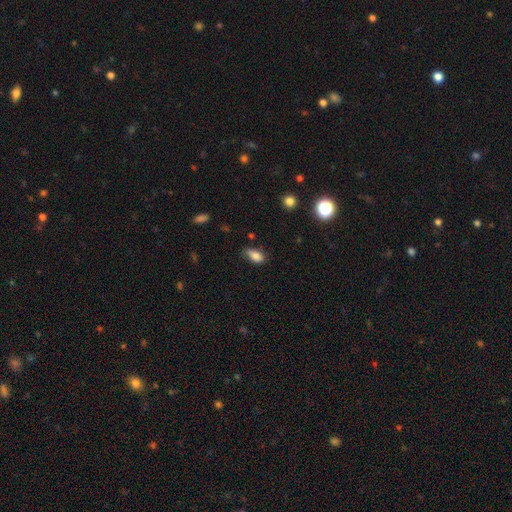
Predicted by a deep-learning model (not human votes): Overall: smooth (82%). How rounded: in between (89%). Merging: none (60%; minor disturbance 32%).